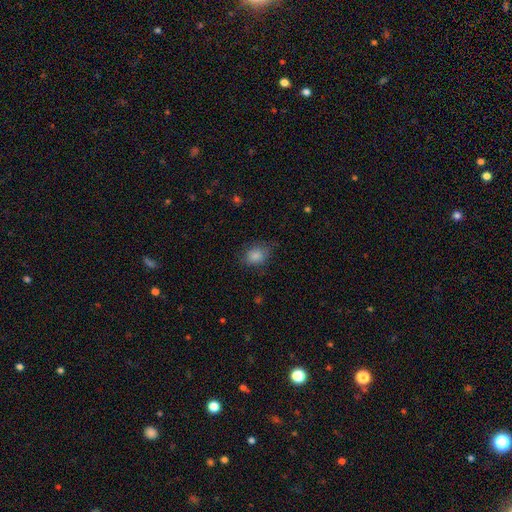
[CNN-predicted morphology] The model was most divided on "how rounded": in between: 58%, round: 40%, cigar-shaped: 1%. More confident: smooth or featured — smooth (85%); merging — none (72%).